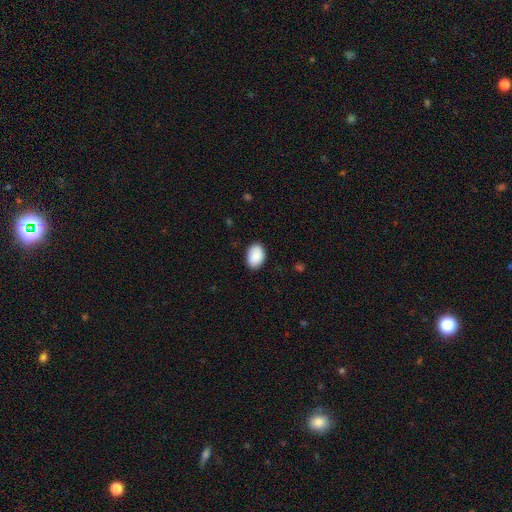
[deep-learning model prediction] A smooth galaxy with no disk features (90%) that is in between round and cigar-shaped (87%). Merging: none (87%).